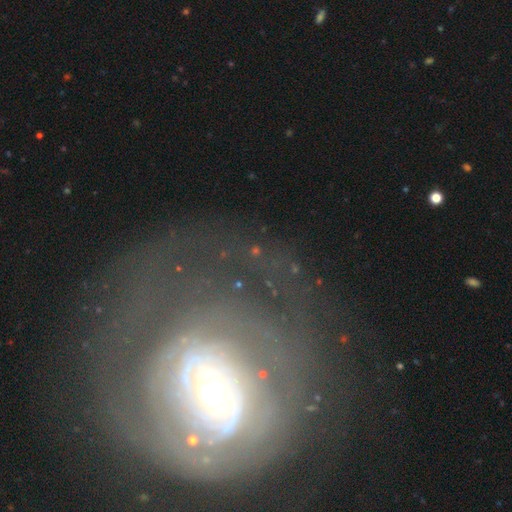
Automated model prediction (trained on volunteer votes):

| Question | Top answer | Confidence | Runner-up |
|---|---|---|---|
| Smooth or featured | featured or disk | 76% | smooth (15%) |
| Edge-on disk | no | 96% | yes (4%) |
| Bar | no | 49% | weak (32%) |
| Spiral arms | yes | 63% | no (37%) |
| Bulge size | moderate | 50% | small (37%) |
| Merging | none | 60% | major disturbance (22%) |